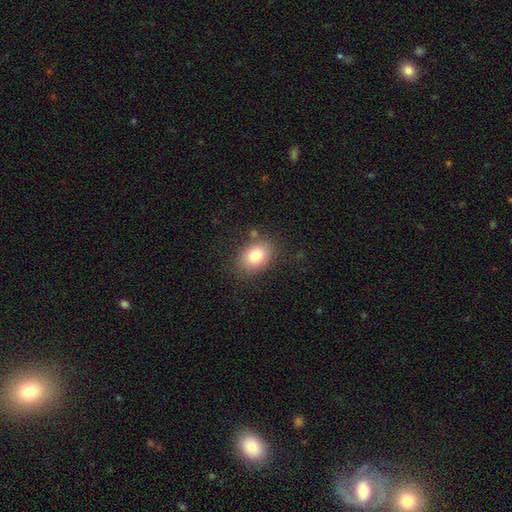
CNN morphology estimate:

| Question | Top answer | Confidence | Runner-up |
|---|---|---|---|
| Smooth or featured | smooth | 80% | featured or disk (11%) |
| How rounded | in between | 71% | round (28%) |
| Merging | none | 79% | minor disturbance (13%) |